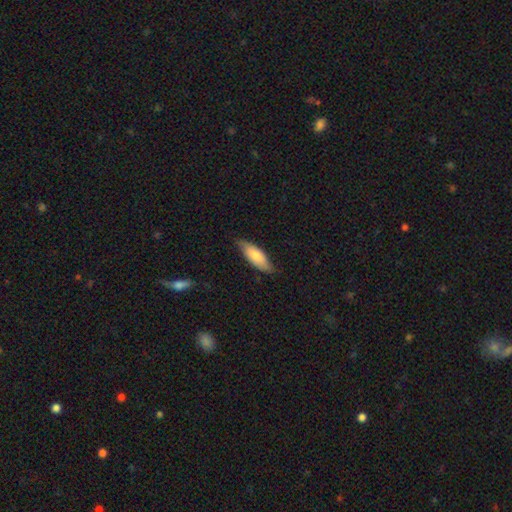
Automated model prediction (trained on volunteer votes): Smooth or featured: smooth — 75% (featured or disk — 19%)
How rounded: in between — 69% (cigar-shaped — 29%)
Merging: none — 75% (minor disturbance — 21%)